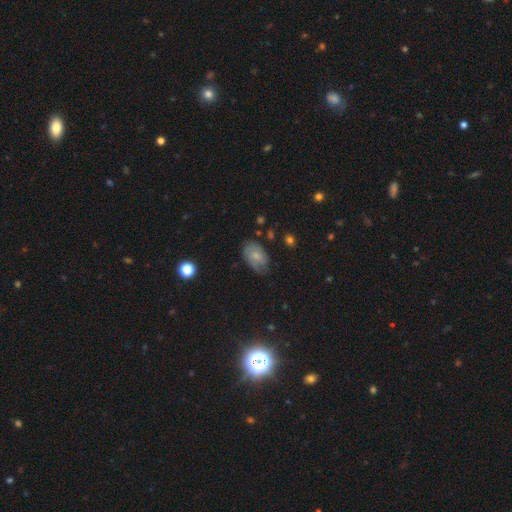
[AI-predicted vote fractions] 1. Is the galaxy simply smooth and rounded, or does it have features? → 52% smooth, 40% featured or disk, 8% star or artifact.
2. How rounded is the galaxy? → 86% in between, 12% round, 2% cigar-shaped.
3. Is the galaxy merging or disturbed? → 60% none, 29% minor disturbance, 9% major disturbance, 2% merger.